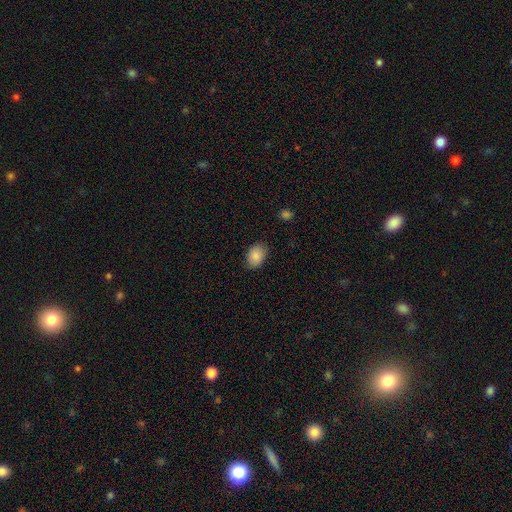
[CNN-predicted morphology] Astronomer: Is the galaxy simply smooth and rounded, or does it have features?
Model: smooth — 87%.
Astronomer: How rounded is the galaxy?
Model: in between — 81%.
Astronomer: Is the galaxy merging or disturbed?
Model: none — 83%.